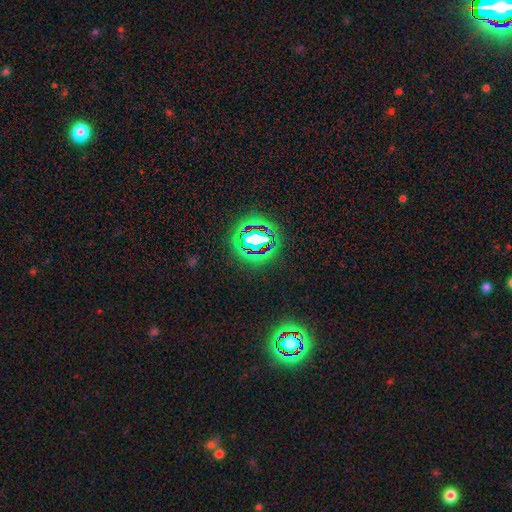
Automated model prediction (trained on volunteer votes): Morphology: type=star or artifact (79%).